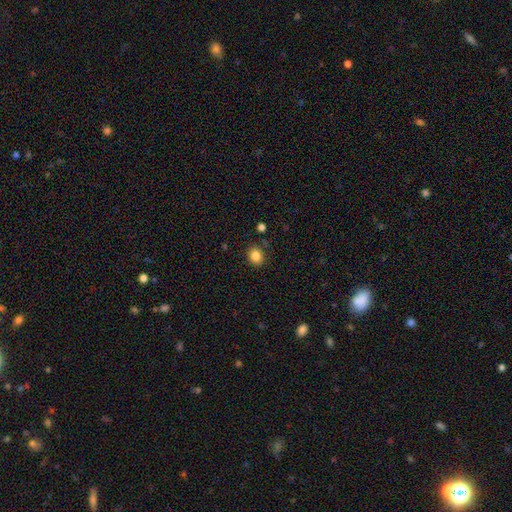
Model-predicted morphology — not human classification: Smooth or featured? smooth (85%)
How rounded? round (63%)
Merging? none (86%)